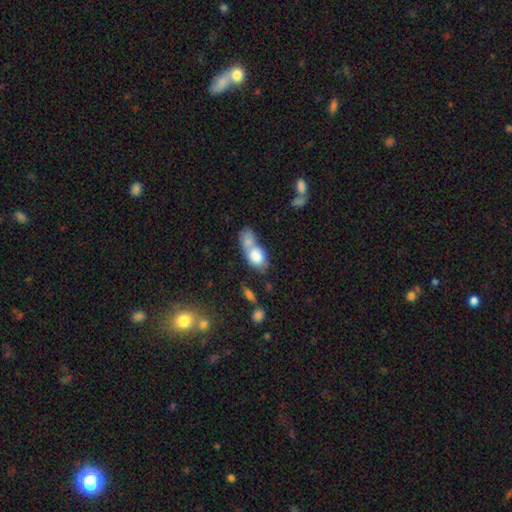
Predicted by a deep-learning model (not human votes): Smooth or featured: smooth — 76% (featured or disk — 16%)
How rounded: in between — 76% (round — 20%)
Merging: merger — 65% (none — 19%)